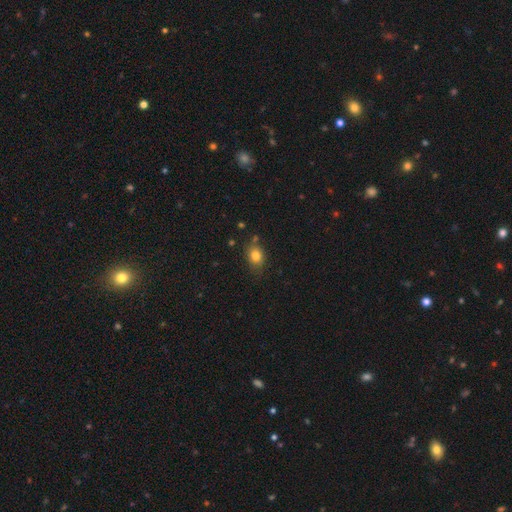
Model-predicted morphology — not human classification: Q: Smooth or featured?
A: smooth (81%); runner-up: star or artifact (11%)
Q: How rounded?
A: in between (55%); runner-up: round (44%)
Q: Merging?
A: none (75%); runner-up: minor disturbance (17%)